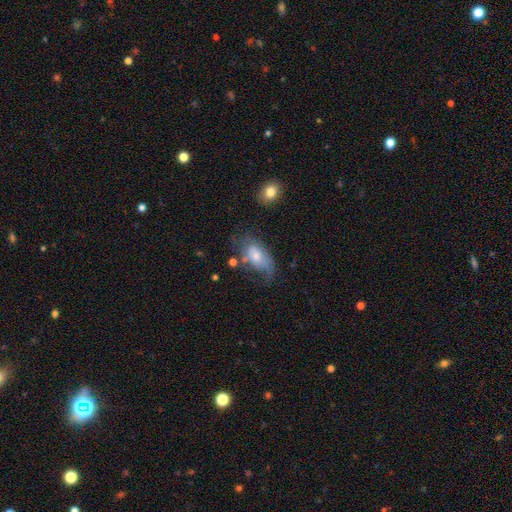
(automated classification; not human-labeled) This is possibly a smooth galaxy (53%). How rounded: clearly in between (90%). Merging: marginally major disturbance (34%).